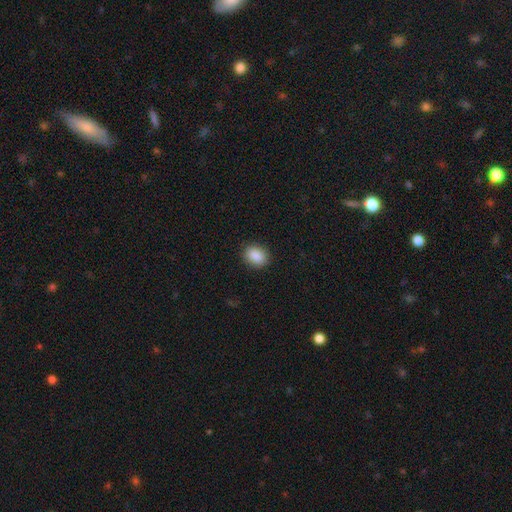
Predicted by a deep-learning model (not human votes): This is clearly a smooth galaxy (89%). How rounded: likely in between (64%). Merging: clearly none (88%).